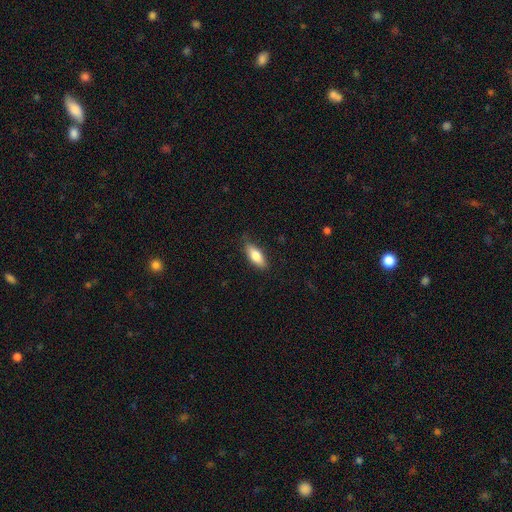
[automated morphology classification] Q: Smooth or featured?
A: smooth (79%); runner-up: featured or disk (15%)
Q: How rounded?
A: in between (76%); runner-up: cigar-shaped (22%)
Q: Merging?
A: none (81%); runner-up: minor disturbance (15%)